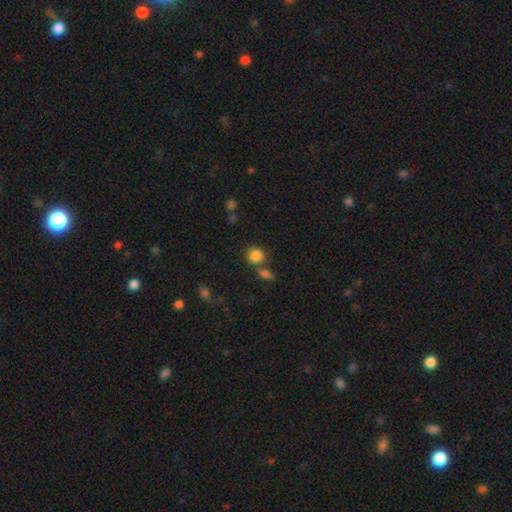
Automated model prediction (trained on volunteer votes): A smooth galaxy with no disk features (84%) that is round (81%).

Vote fractions:
- Smooth or featured? smooth: 84% / star or artifact: 10% / featured or disk: 5%
- How rounded? round: 81% / in between: 18% / cigar-shaped: 1%
- Merging? none: 61% / merger: 24% / minor disturbance: 10% / major disturbance: 4%